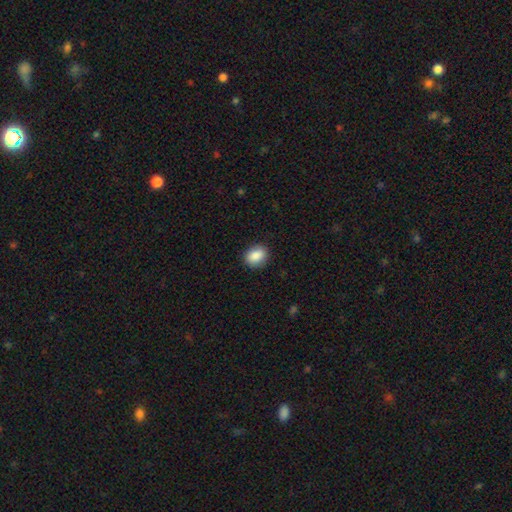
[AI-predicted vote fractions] This is clearly a smooth galaxy (88%). How rounded: possibly in between (55%). Merging: clearly none (88%).